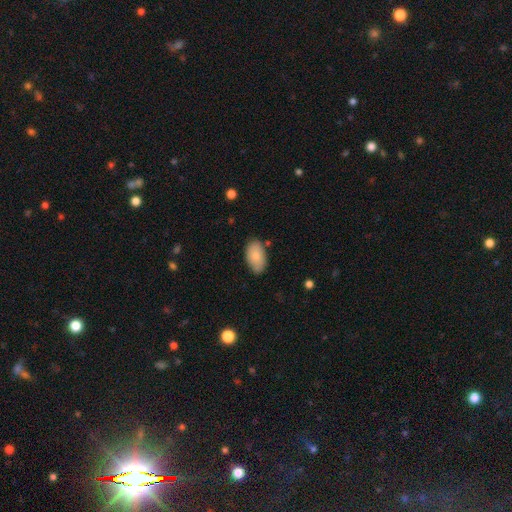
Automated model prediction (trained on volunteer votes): Smooth or featured? Predicted: smooth (p=0.81). How rounded? Predicted: in between (p=0.94). Merging? Predicted: none (p=0.77).